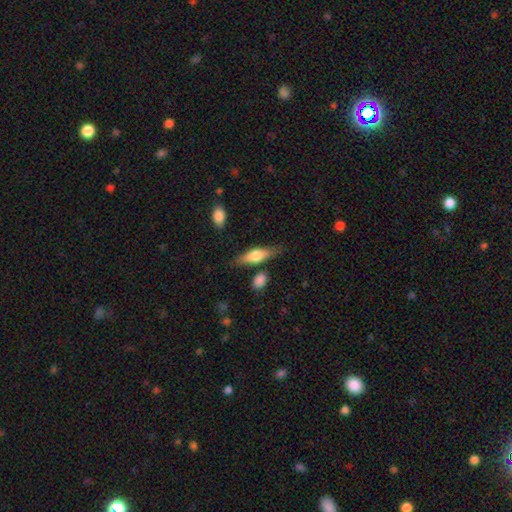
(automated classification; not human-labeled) Overall: smooth (56%; featured or disk 38%). How rounded: cigar-shaped (51%; in between 46%). Merging: none (75%).